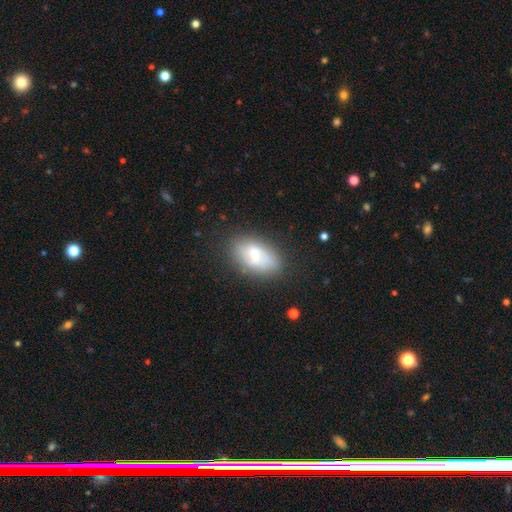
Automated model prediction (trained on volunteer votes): Q: Smooth or featured?
A: smooth (59%); runner-up: featured or disk (32%)
Q: How rounded?
A: in between (91%); runner-up: round (6%)
Q: Merging?
A: none (65%); runner-up: minor disturbance (22%)